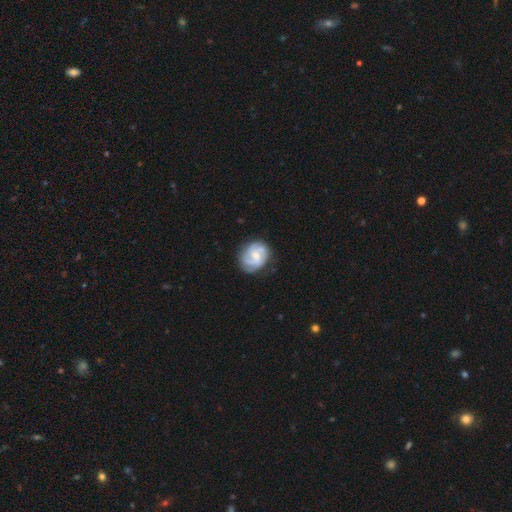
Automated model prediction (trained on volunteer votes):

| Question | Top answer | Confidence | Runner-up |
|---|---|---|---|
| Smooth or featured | featured or disk | 76% | smooth (18%) |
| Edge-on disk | no | 98% | yes (2%) |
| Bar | no | 52% | weak (40%) |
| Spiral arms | yes | 94% | no (6%) |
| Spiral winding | tight | 44% | medium (42%) |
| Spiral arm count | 3 | 40% | 2 (27%) |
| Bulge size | small | 47% | moderate (45%) |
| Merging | none | 75% | minor disturbance (18%) |